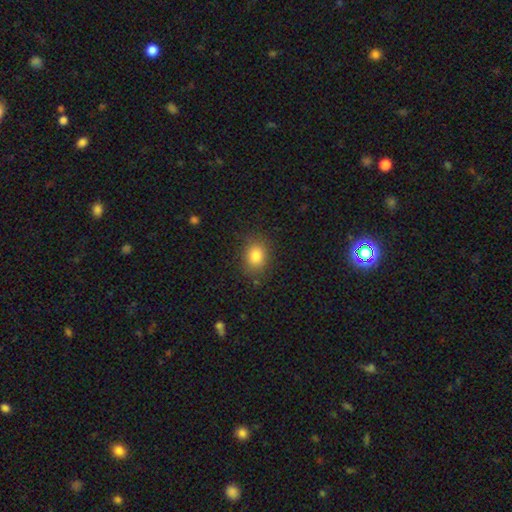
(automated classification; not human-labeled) Smooth or featured: smooth — 84% (star or artifact — 10%)
How rounded: in between — 53% (round — 46%)
Merging: none — 84% (minor disturbance — 11%)